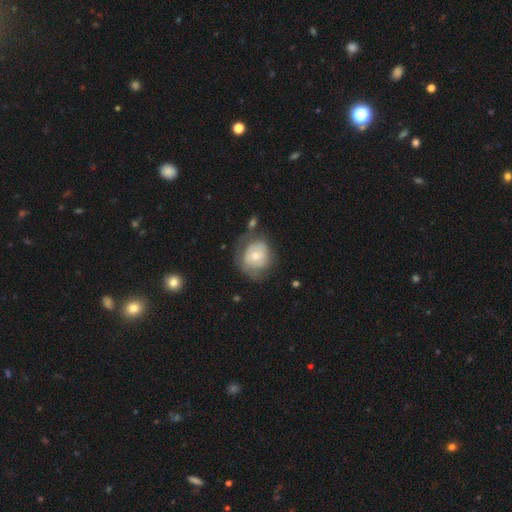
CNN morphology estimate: Q: Smooth or featured?
A: featured or disk (47%); runner-up: smooth (46%)
Q: Merging?
A: none (50%); runner-up: minor disturbance (27%)